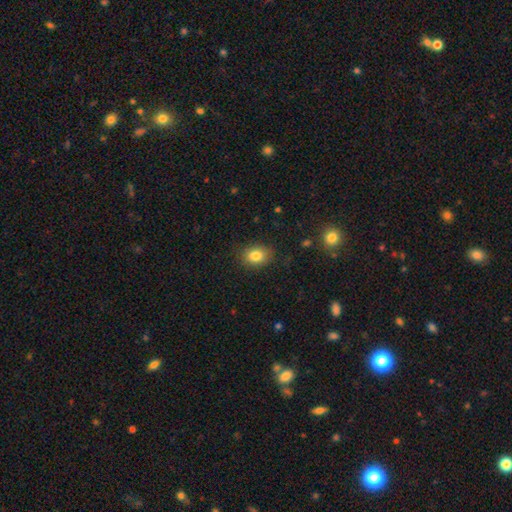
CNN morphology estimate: Smooth or featured?
  - smooth: 83% *
  - star or artifact: 9%
  - featured or disk: 7%
How rounded?
  - in between: 63% *
  - round: 36%
  - cigar-shaped: 1%
Merging?
  - none: 85% *
  - minor disturbance: 11%
  - major disturbance: 3%
  - merger: 1%